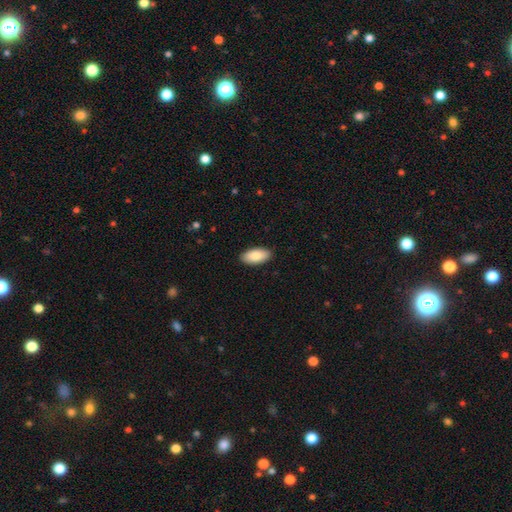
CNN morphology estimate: Overall: smooth (87%). How rounded: in between (94%). Merging: none (90%).